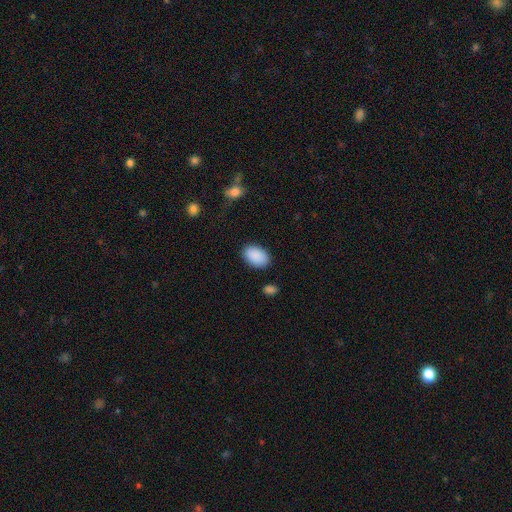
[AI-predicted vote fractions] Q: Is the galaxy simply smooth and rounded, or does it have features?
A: smooth — 91%.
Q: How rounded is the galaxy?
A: in between — 92%.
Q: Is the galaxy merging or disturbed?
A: none — 86%.